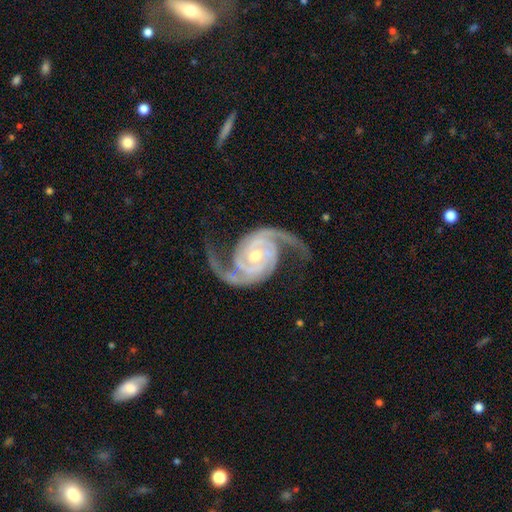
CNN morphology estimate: smooth_or_featured: featured or disk (p=0.94) [alt: star or artifact p=0.04]
disk_edge_on: no (p=0.98) [alt: yes p=0.02]
bar: no (p=0.60) [alt: weak p=0.29]
has_spiral_arms: yes (p=0.99) [alt: no p=0.01]
spiral_winding: medium (p=0.56) [alt: tight p=0.23]
spiral_arm_count: 2 (p=0.93) [alt: 3 p=0.02]
bulge_size: moderate (p=0.53) [alt: small p=0.43]
merging: none (p=0.77) [alt: minor disturbance p=0.14]